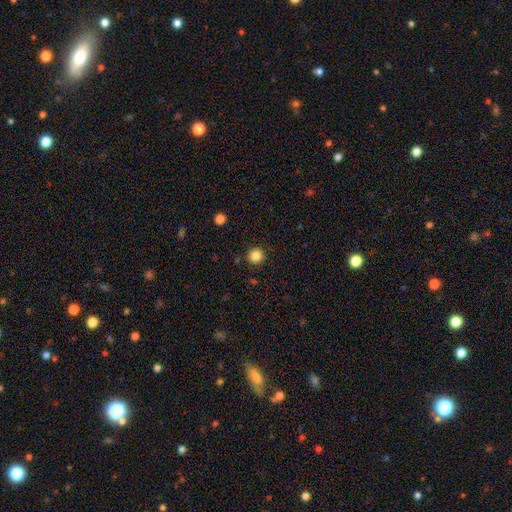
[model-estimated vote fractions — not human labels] smooth-or-featured: smooth: 85% | star or artifact: 11% | featured or disk: 4%
  how-rounded: round: 95% | in between: 4% | cigar-shaped: 1%
  merging: none: 91% | minor disturbance: 6% | major disturbance: 2% | merger: 2%